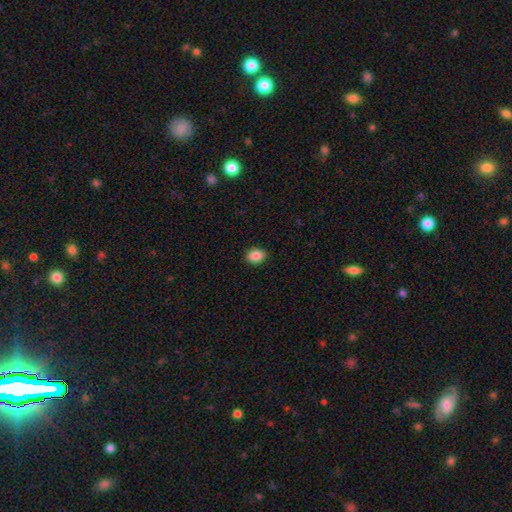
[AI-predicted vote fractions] smooth 87%, star or artifact 8%, featured or disk 4%. Down the decision tree: how rounded — in between (68%); merging — none (90%).